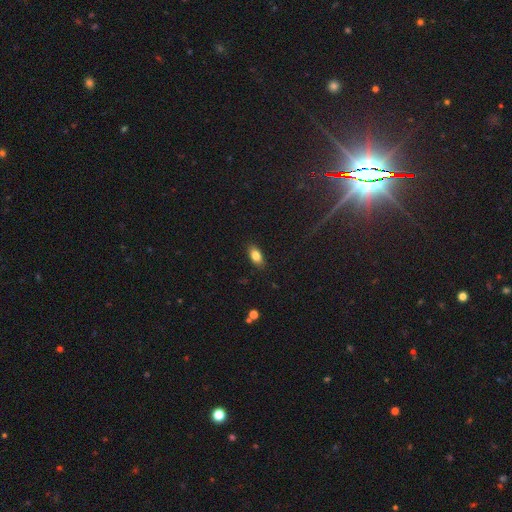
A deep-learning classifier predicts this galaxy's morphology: smooth-or-featured: smooth: 81% | featured or disk: 10% | star or artifact: 9%
  how-rounded: in between: 89% | round: 6% | cigar-shaped: 5%
  merging: none: 87% | minor disturbance: 10% | major disturbance: 2% | merger: 1%